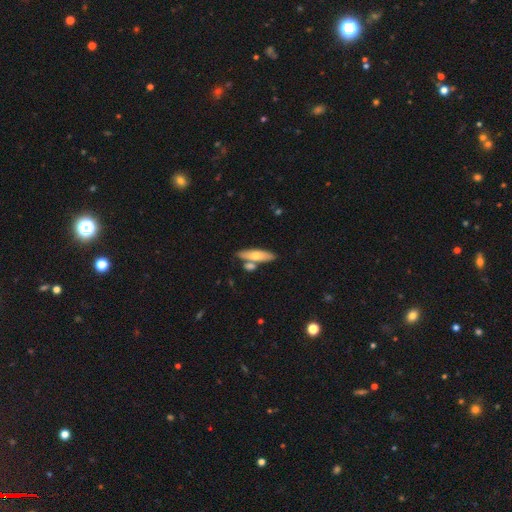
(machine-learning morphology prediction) The model was most divided on "how rounded": cigar-shaped: 58%, in between: 39%, round: 3%. More confident: merging — none (63%); smooth or featured — smooth (63%).